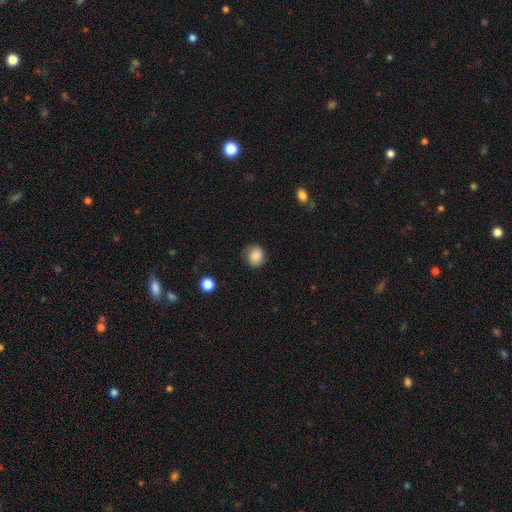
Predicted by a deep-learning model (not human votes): Smooth or featured? smooth (86%)
How rounded? round (78%)
Merging? none (78%)